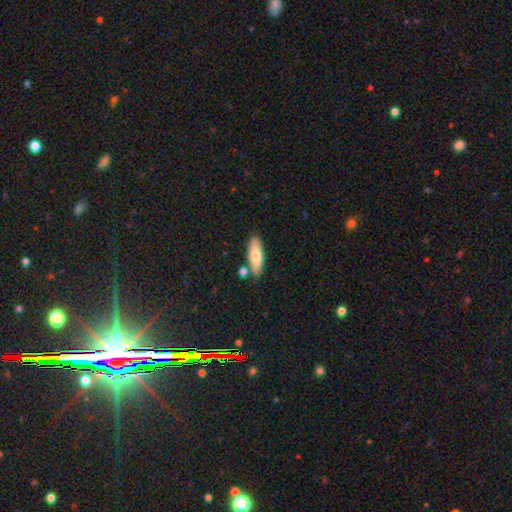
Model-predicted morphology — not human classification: type=smooth (75%); roundness=in between (53%); merging=none (80%).